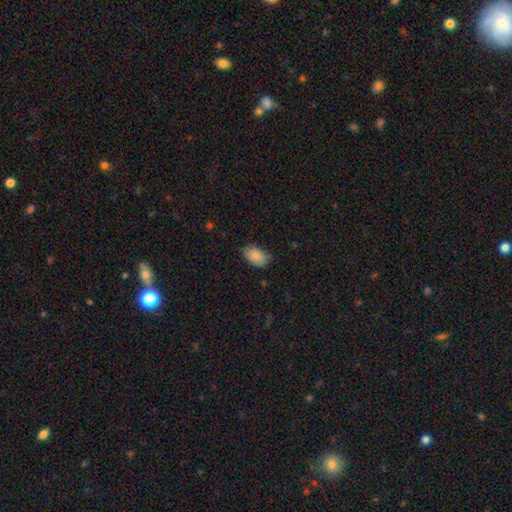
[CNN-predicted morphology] The model was most divided on "merging": none: 73%, minor disturbance: 22%, major disturbance: 4%, merger: 1%. More confident: how rounded — in between (91%); smooth or featured — smooth (86%).